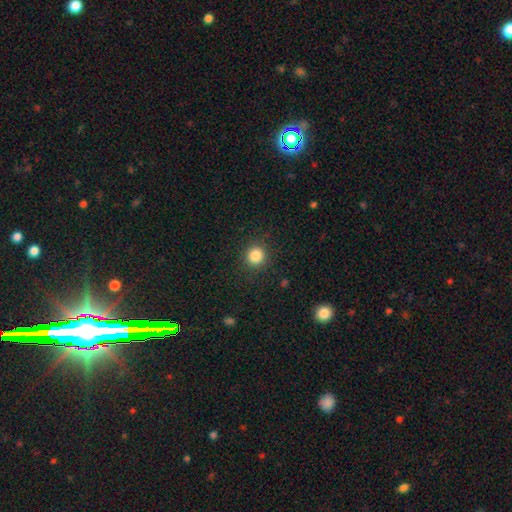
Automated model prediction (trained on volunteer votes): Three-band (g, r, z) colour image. It shows a smooth galaxy with no disk features (84%) that is round (91%). Merging: none (89%).